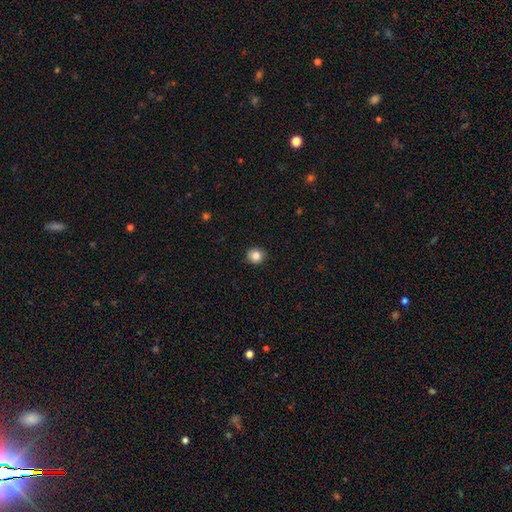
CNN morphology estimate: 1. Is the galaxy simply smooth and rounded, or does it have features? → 84% smooth, 10% star or artifact, 5% featured or disk.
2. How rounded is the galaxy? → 89% round, 10% in between, 1% cigar-shaped.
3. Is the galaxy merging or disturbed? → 90% none, 7% minor disturbance, 2% major disturbance, 1% merger.